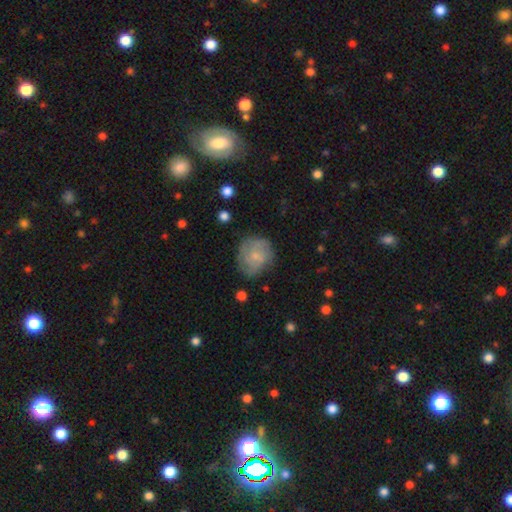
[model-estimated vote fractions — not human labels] featured or disk 48%, smooth 45%, star or artifact 8%. Down the decision tree: merging — none (68%).